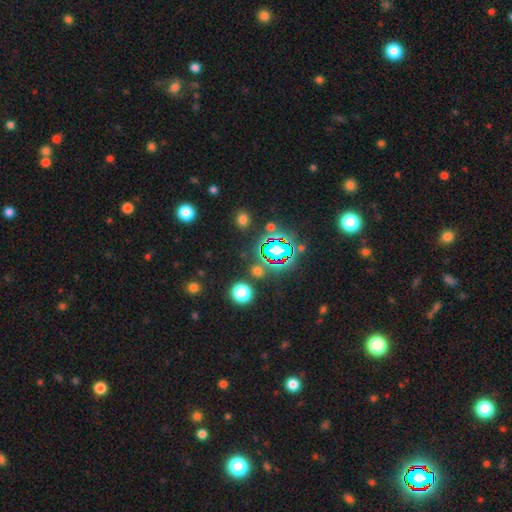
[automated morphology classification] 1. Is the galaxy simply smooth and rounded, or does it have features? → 79% star or artifact, 14% smooth, 7% featured or disk.